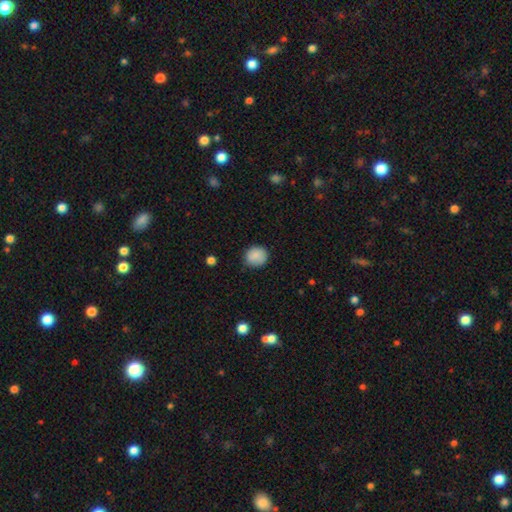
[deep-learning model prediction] smooth 87%, star or artifact 8%, featured or disk 5%. Down the decision tree: how rounded — round (82%); merging — none (80%).